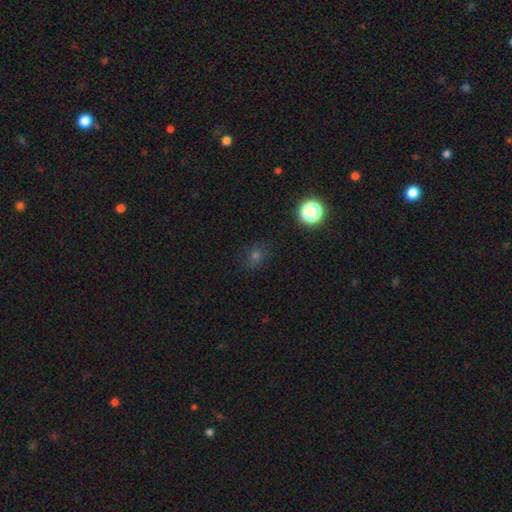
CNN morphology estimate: A smooth galaxy with no disk features (52%) that is round (63%).

Vote fractions:
- Smooth or featured? smooth: 52% / star or artifact: 34% / featured or disk: 15%
- How rounded? round: 63% / in between: 35% / cigar-shaped: 2%
- Merging? none: 80% / minor disturbance: 13% / major disturbance: 5% / merger: 2%